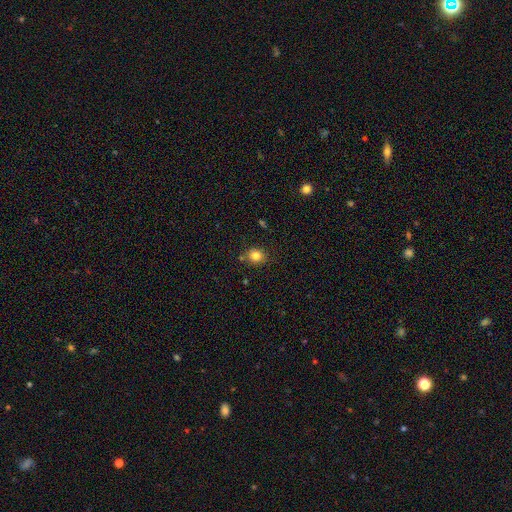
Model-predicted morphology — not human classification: The model was most divided on "how rounded": round: 81%, in between: 18%, cigar-shaped: 1%. More confident: merging — none (82%); smooth or featured — smooth (81%).